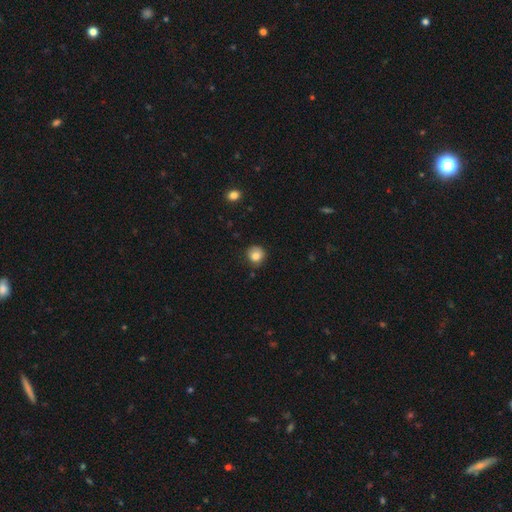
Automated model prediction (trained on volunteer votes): Overall: smooth (83%). How rounded: round (90%). Merging: none (78%).